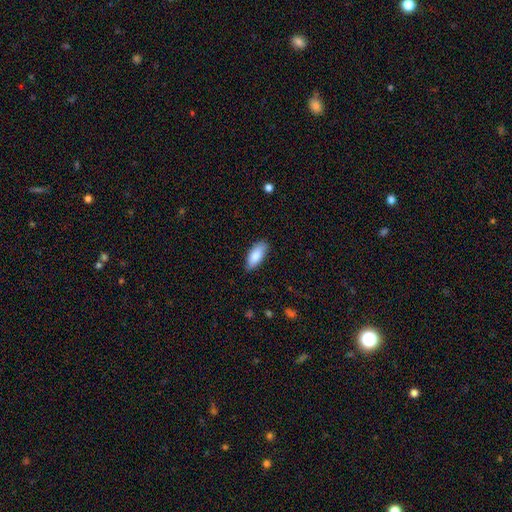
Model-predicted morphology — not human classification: Smooth or featured?
  - smooth: 86% *
  - featured or disk: 9%
  - star or artifact: 6%
How rounded?
  - in between: 83% *
  - cigar-shaped: 15%
  - round: 2%
Merging?
  - none: 80% *
  - minor disturbance: 16%
  - major disturbance: 3%
  - merger: 1%